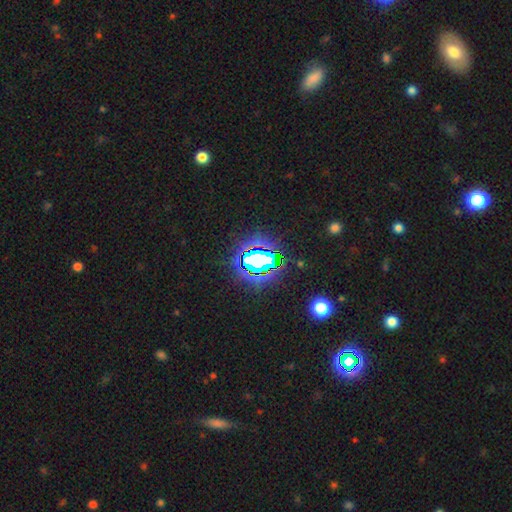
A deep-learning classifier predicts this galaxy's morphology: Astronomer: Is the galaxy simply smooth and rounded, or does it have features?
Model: star or artifact — 81%.